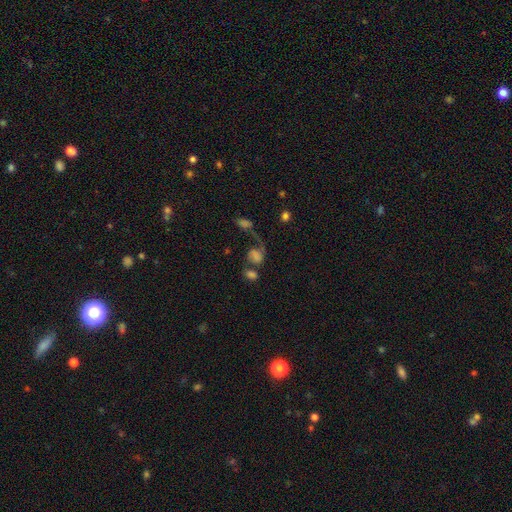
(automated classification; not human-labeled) Smooth or featured? smooth (49%)
Merging? merger (41%)